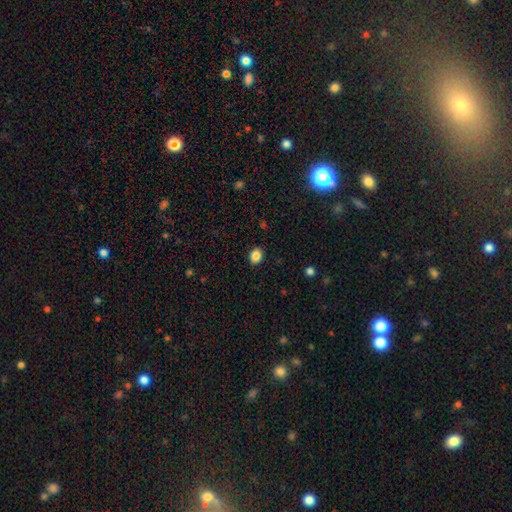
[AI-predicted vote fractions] Q: Smooth or featured?
A: smooth (86%); runner-up: star or artifact (10%)
Q: How rounded?
A: round (52%); runner-up: in between (48%)
Q: Merging?
A: none (90%); runner-up: minor disturbance (7%)